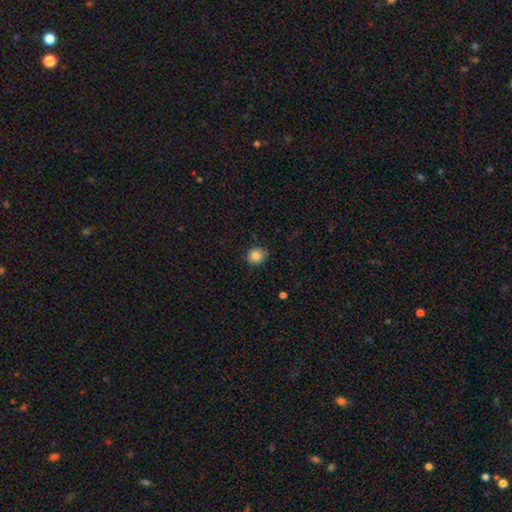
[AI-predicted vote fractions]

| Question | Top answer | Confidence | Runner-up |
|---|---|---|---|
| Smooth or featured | smooth | 82% | star or artifact (10%) |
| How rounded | round | 75% | in between (24%) |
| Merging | none | 83% | minor disturbance (14%) |